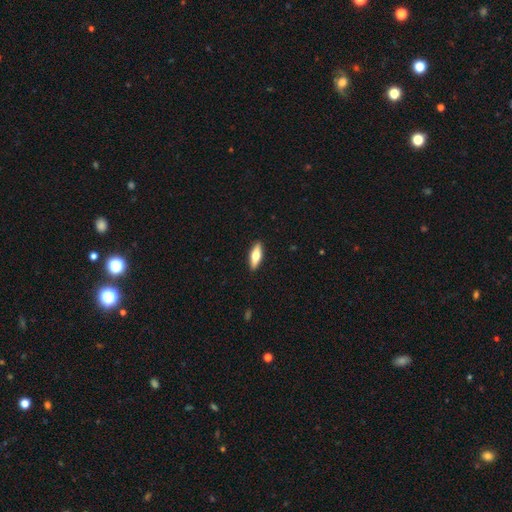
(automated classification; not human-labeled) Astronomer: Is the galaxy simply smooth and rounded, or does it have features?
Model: smooth — 55% (runner-up: featured or disk, 39%).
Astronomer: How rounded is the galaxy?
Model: in between — 50% (runner-up: cigar-shaped, 47%).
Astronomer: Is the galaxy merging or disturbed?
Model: none — 91%.